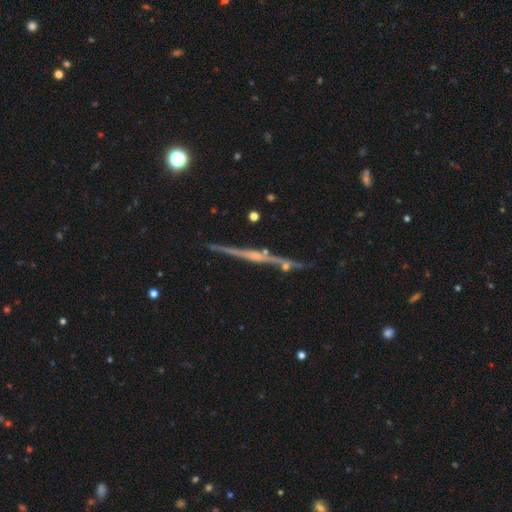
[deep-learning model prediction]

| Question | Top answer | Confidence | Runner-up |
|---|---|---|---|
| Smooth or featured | featured or disk | 78% | smooth (14%) |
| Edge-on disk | yes | 98% | no (2%) |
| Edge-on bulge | rounded | 45% | none (44%) |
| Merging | none | 84% | minor disturbance (9%) |